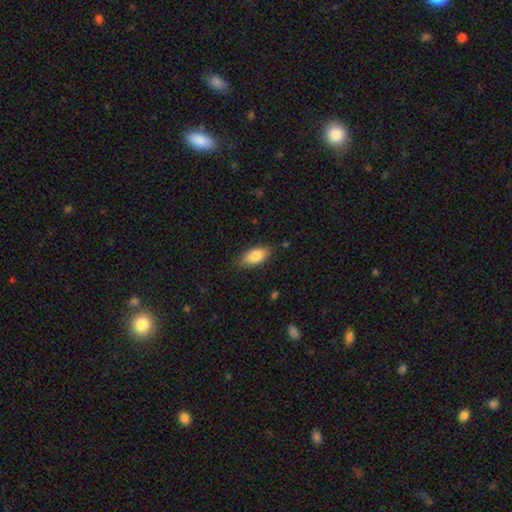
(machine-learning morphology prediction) smooth-or-featured: smooth: 83% | featured or disk: 11% | star or artifact: 7%
  how-rounded: in between: 88% | cigar-shaped: 9% | round: 3%
  merging: none: 81% | minor disturbance: 15% | major disturbance: 3% | merger: 1%